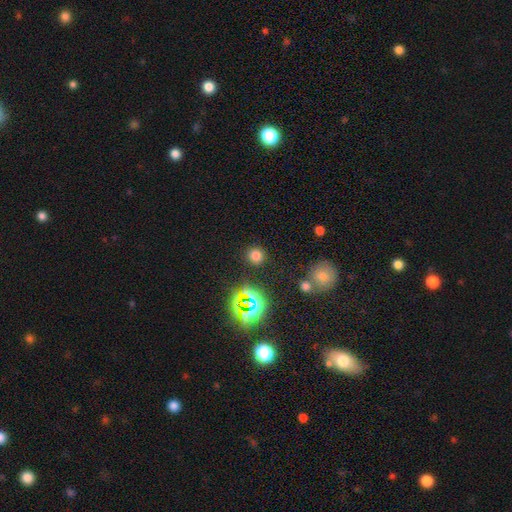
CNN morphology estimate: Smooth or featured? Predicted: smooth (p=0.69). How rounded? Predicted: round (p=0.90). Merging? Predicted: none (p=0.87).